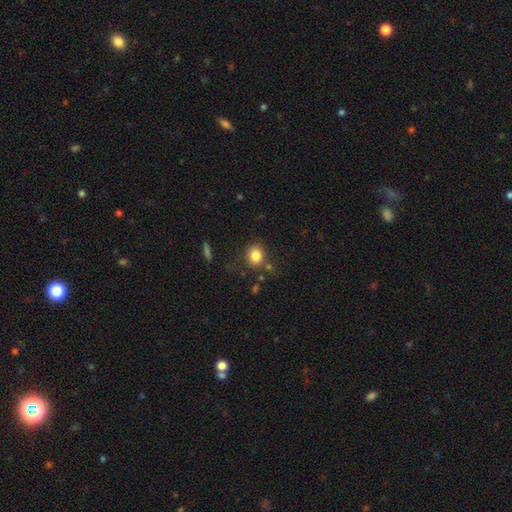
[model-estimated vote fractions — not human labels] This appears to be a smooth galaxy with no disk features (83%) that is round (68%). Merging: none (76%).